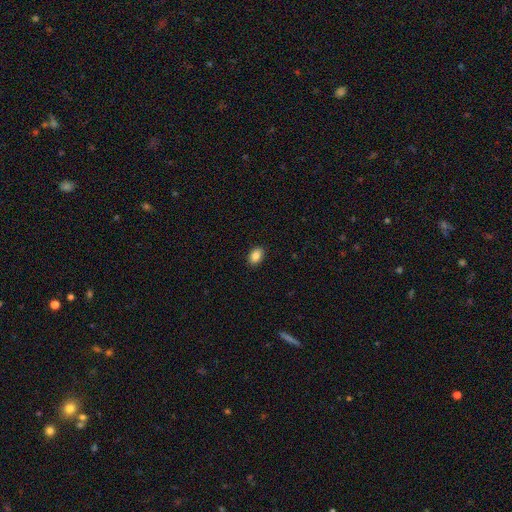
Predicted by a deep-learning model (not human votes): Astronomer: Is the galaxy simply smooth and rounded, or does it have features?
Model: smooth — 88%.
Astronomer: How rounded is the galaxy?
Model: in between — 84%.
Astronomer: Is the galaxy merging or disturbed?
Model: none — 90%.